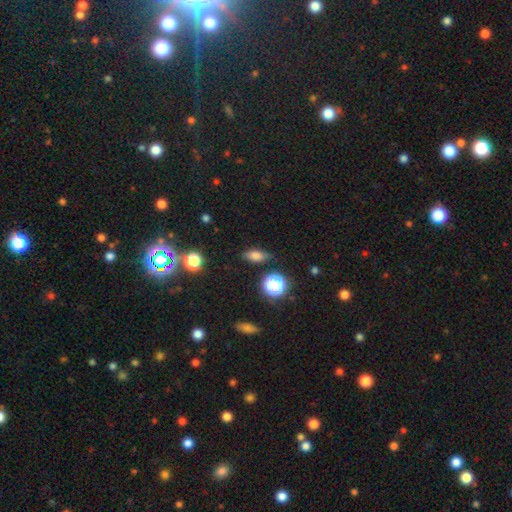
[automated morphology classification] smooth_or_featured: smooth (p=0.71) [alt: star or artifact p=0.16]
how_rounded: in between (p=0.74) [alt: cigar-shaped p=0.13]
merging: none (p=0.82) [alt: minor disturbance p=0.13]